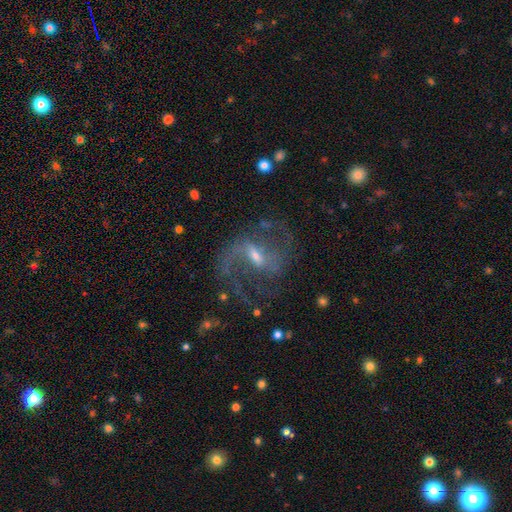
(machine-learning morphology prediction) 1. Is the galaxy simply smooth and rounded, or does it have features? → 88% featured or disk, 7% star or artifact, 5% smooth.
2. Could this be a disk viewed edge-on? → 97% no, 3% yes.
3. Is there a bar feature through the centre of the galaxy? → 54% weak, 30% strong, 16% no.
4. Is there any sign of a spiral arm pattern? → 95% yes, 5% no.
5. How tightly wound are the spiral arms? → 47% loose, 44% medium, 9% tight.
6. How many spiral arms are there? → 77% 2, 7% 3, 6% can't tell, 5% 1, 3% 4, 2% more than 4.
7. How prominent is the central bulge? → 56% small, 36% moderate, 4% none, 2% large, 1% dominant.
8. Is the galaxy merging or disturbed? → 62% none, 20% major disturbance, 16% minor disturbance, 3% merger.